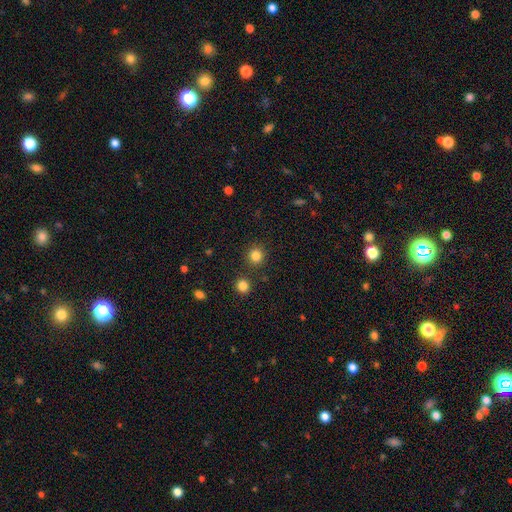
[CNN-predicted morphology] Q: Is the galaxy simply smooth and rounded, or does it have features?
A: smooth — 84%.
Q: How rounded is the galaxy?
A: round — 92%.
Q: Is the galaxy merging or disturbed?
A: none — 87%.